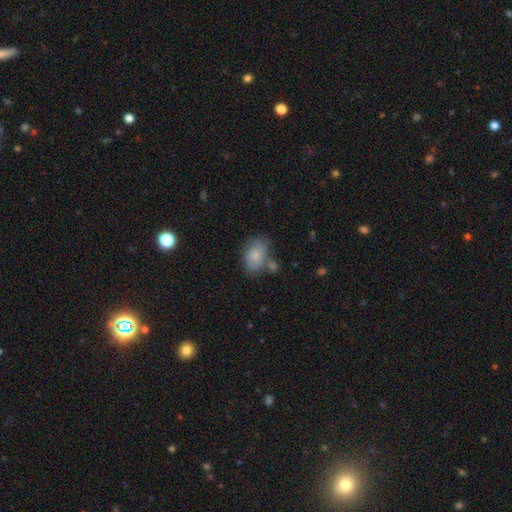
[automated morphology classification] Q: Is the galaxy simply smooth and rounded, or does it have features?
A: smooth — 78%.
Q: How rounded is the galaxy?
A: in between — 85%.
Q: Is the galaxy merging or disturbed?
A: none — 53%.